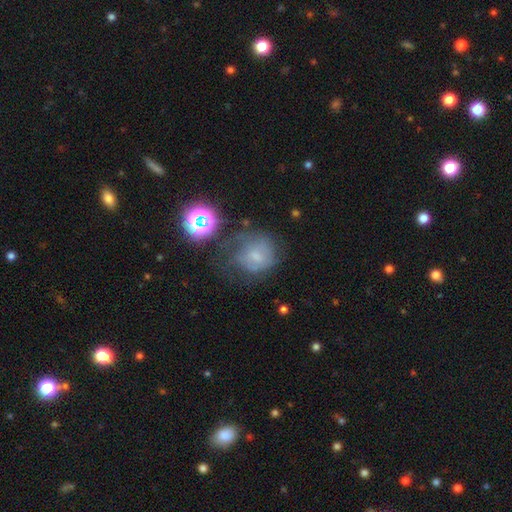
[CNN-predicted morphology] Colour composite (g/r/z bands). It shows a smooth galaxy with no disk features (49%). Merging: none (45%).